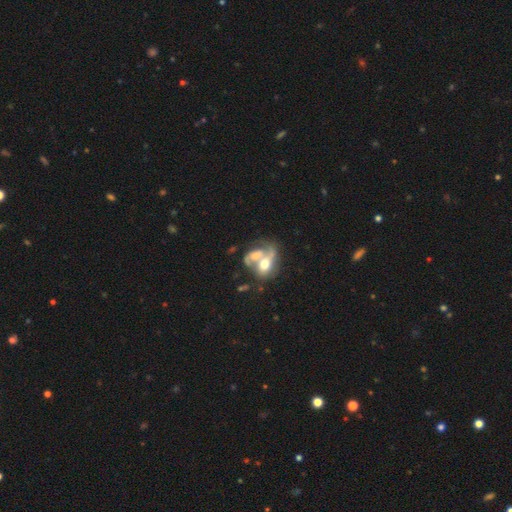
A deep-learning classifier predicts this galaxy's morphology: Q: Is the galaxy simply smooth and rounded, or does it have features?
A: featured or disk — 58%.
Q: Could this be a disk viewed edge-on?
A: no — 96%.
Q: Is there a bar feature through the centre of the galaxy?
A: no — 67%.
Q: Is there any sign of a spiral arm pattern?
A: yes — 56%.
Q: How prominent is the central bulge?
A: moderate — 55%.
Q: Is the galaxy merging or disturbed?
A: merger — 73%.